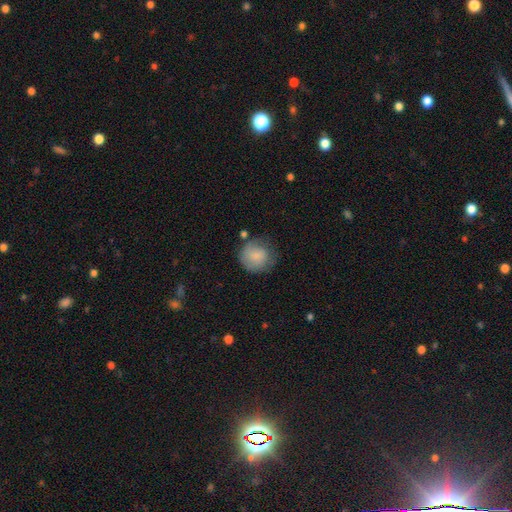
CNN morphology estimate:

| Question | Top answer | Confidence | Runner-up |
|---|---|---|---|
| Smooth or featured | smooth | 80% | featured or disk (13%) |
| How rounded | round | 86% | in between (13%) |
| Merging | none | 59% | minor disturbance (25%) |